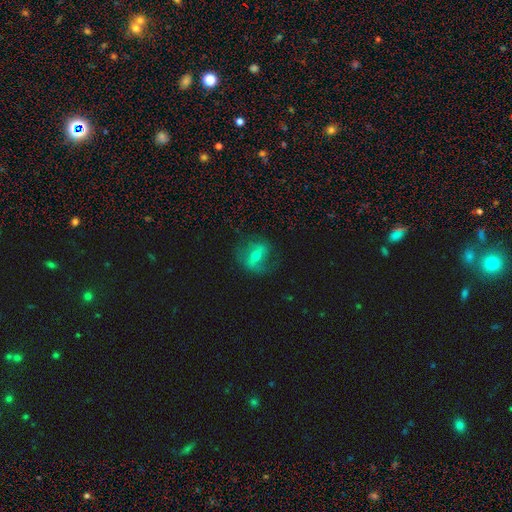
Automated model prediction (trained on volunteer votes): A featured or disk galaxy (65%) with a strong bar (50%), spiral arms (67%) and a moderate central bulge (57%). Merging: none (67%).